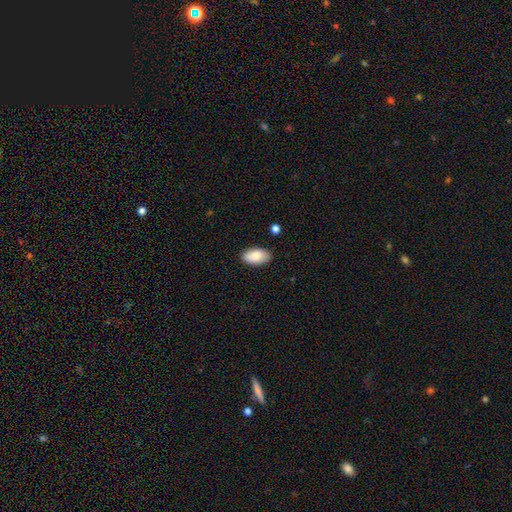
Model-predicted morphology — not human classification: Smooth or featured? smooth (81%)
How rounded? in between (95%)
Merging? none (87%)